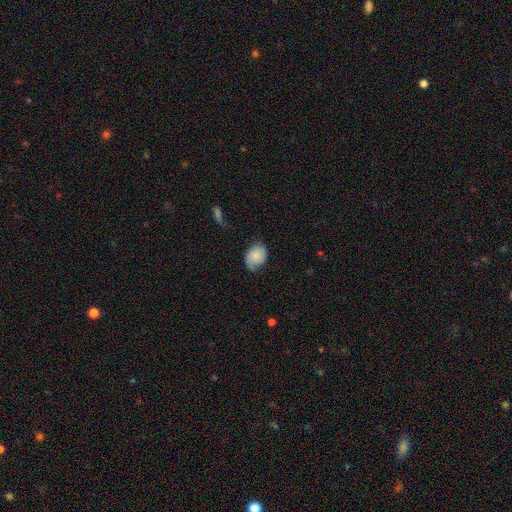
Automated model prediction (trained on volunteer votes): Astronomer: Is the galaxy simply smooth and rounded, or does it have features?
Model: smooth — 67%.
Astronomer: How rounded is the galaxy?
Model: in between — 66%.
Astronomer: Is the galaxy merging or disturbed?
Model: none — 54% (runner-up: minor disturbance, 33%).